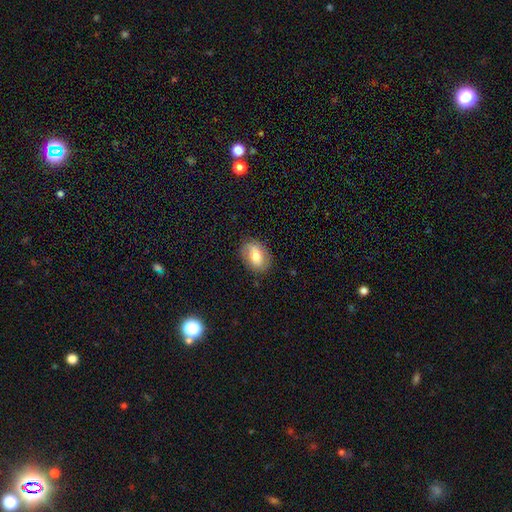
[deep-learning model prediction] Morphology: type=smooth (62%); roundness=in between (76%); merging=none (81%).